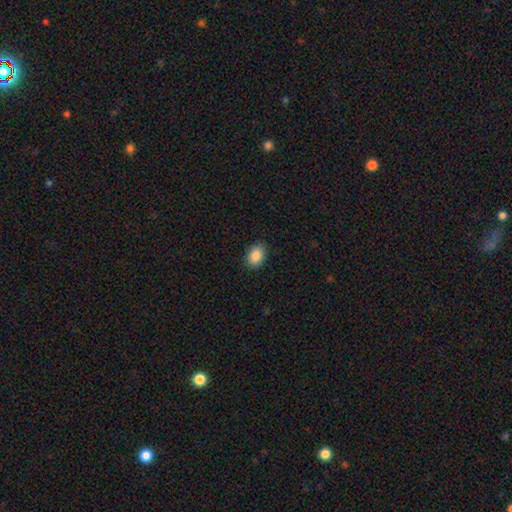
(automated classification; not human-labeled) Smooth or featured?
  - smooth: 88% *
  - star or artifact: 7%
  - featured or disk: 5%
How rounded?
  - in between: 83% *
  - round: 16%
  - cigar-shaped: 1%
Merging?
  - none: 88% *
  - minor disturbance: 9%
  - major disturbance: 2%
  - merger: 1%